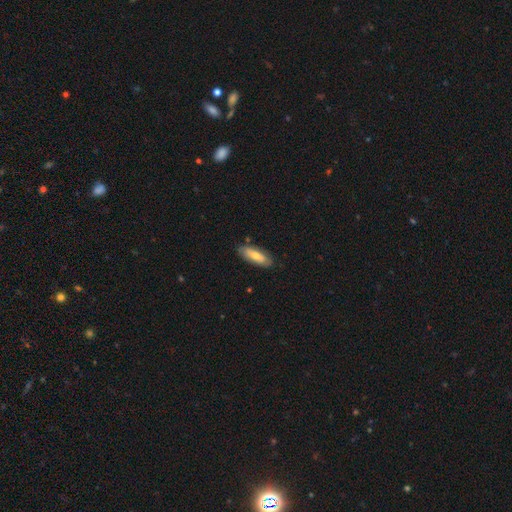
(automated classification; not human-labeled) This appears to be a smooth galaxy with no disk features (65%) that is in between round and cigar-shaped (66%). Merging: none (80%).